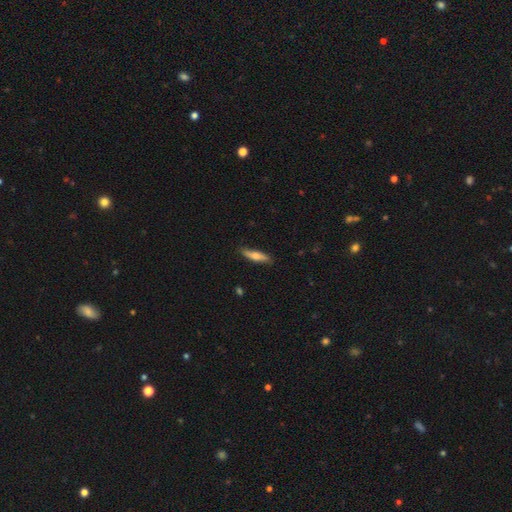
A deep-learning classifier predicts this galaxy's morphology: smooth_or_featured: smooth (p=0.60) [alt: featured or disk p=0.34]
how_rounded: cigar-shaped (p=0.75) [alt: in between p=0.23]
merging: none (p=0.84) [alt: minor disturbance p=0.13]